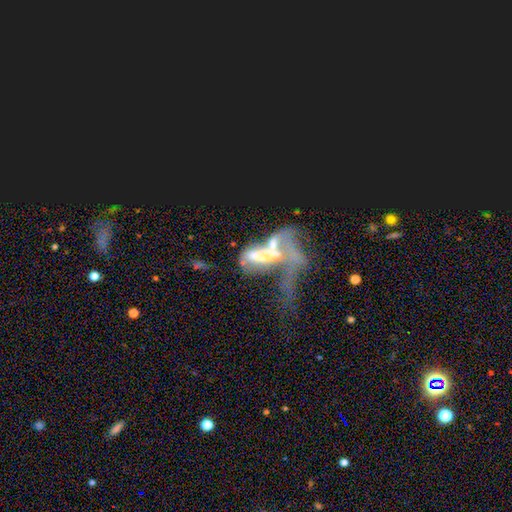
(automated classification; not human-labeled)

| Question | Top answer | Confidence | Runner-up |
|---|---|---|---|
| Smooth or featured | featured or disk | 57% | smooth (28%) |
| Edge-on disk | no | 91% | yes (9%) |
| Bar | no | 66% | strong (18%) |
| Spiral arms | no | 79% | yes (21%) |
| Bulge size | none | 42% | moderate (24%) |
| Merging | merger | 59% | major disturbance (31%) |